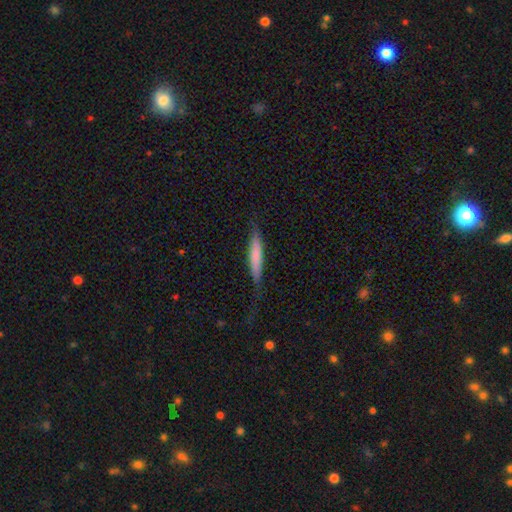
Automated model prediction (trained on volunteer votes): A smooth galaxy with no disk features (69%) that is cigar-shaped (91%).

Vote fractions:
- Smooth or featured? smooth: 69% / featured or disk: 25% / star or artifact: 5%
- How rounded? cigar-shaped: 91% / in between: 7% / round: 1%
- Merging? none: 74% / minor disturbance: 19% / major disturbance: 6% / merger: 2%